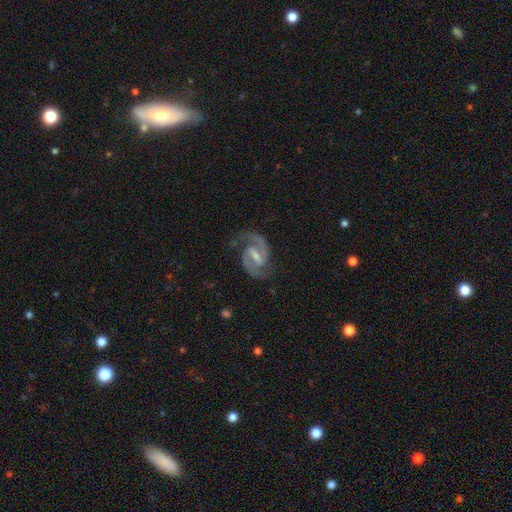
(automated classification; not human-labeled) smooth_or_featured: featured or disk (p=0.92) [alt: star or artifact p=0.04]
disk_edge_on: no (p=0.98) [alt: yes p=0.02]
bar: weak (p=0.53) [alt: strong p=0.35]
has_spiral_arms: yes (p=0.98) [alt: no p=0.02]
spiral_winding: medium (p=0.63) [alt: tight p=0.24]
spiral_arm_count: 2 (p=0.94) [alt: can't tell p=0.02]
bulge_size: small (p=0.50) [alt: moderate p=0.37]
merging: none (p=0.81) [alt: minor disturbance p=0.13]